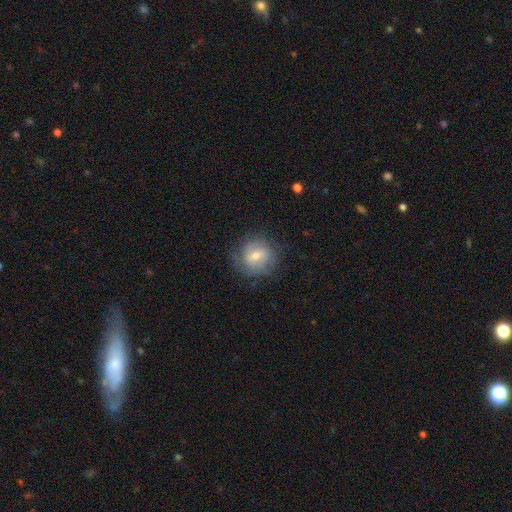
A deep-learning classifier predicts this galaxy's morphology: Smooth or featured? Predicted: smooth (p=0.59). How rounded? Predicted: round (p=0.85). Merging? Predicted: none (p=0.73).